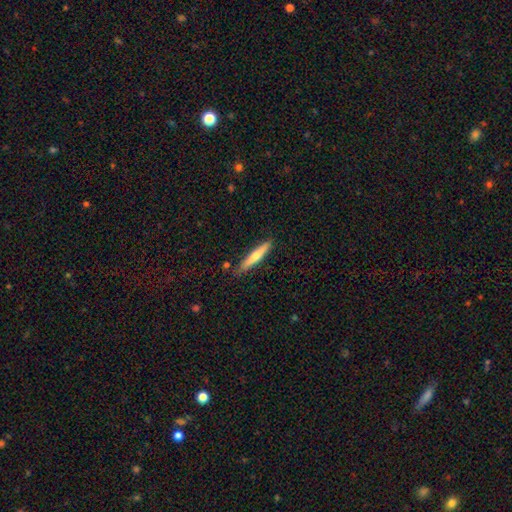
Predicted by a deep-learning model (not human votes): Smooth or featured? Predicted: smooth (p=0.59). How rounded? Predicted: cigar-shaped (p=0.92). Merging? Predicted: none (p=0.86).